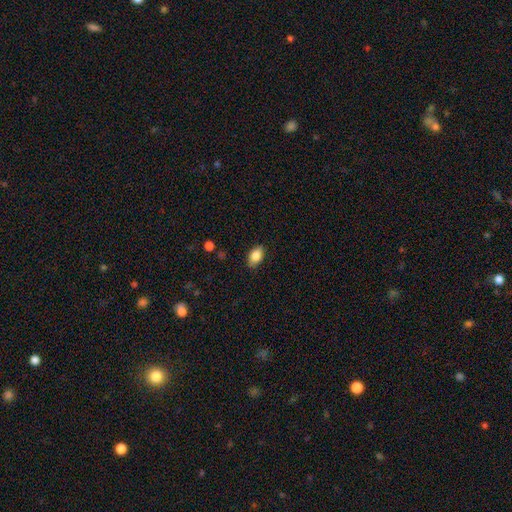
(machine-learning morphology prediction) type=smooth (85%); roundness=in between (89%); merging=none (85%).